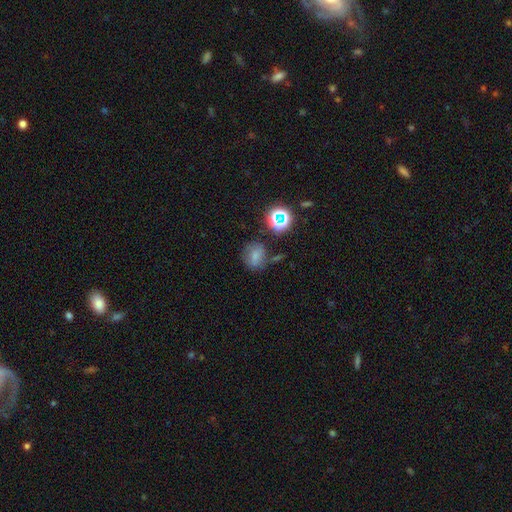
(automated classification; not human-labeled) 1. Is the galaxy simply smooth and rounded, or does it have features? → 64% smooth, 21% star or artifact, 14% featured or disk.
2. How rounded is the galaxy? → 61% round, 38% in between, 1% cigar-shaped.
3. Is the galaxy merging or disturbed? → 59% none, 22% minor disturbance, 10% major disturbance, 9% merger.